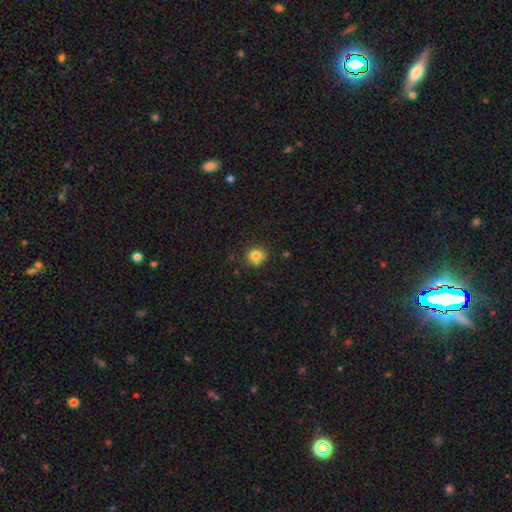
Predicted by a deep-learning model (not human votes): smooth-or-featured: smooth: 80% | star or artifact: 12% | featured or disk: 9%
  how-rounded: round: 78% | in between: 21% | cigar-shaped: 1%
  merging: none: 69% | minor disturbance: 16% | merger: 11% | major disturbance: 4%